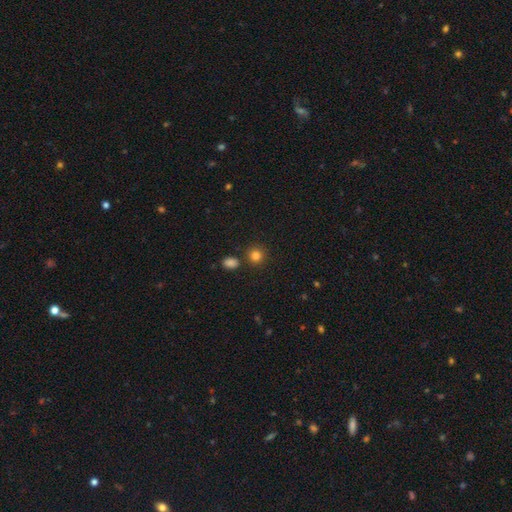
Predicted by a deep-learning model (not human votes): smooth-or-featured: smooth: 83% | star or artifact: 12% | featured or disk: 5%
  how-rounded: round: 89% | in between: 10% | cigar-shaped: 1%
  merging: none: 83% | minor disturbance: 7% | merger: 7% | major disturbance: 2%